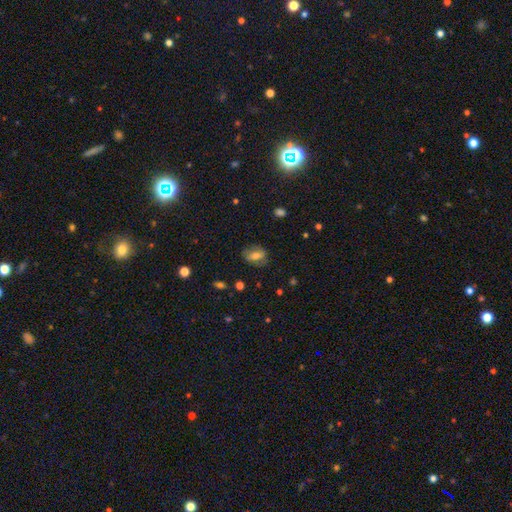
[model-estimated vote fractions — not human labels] Smooth or featured: smooth — 57% (featured or disk — 33%)
How rounded: in between — 71% (round — 24%)
Merging: none — 73% (minor disturbance — 18%)